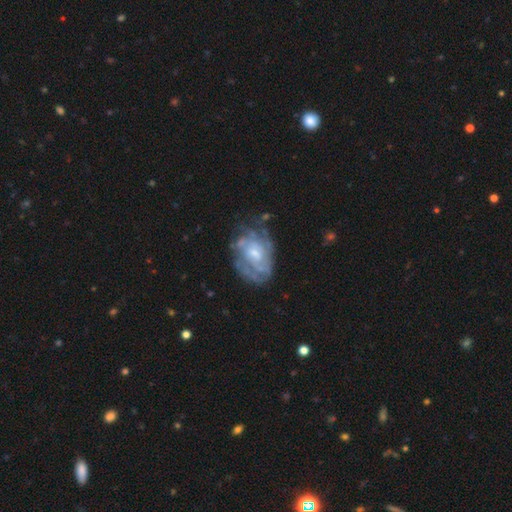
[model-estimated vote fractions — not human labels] This is likely a featured or disk galaxy (68%). It is clearly not viewed edge-on (96%). Bar: likely no (71%). Spiral arm pattern: likely yes (76%). Spiral arm count: possibly can't tell (53%). Spiral winding: possibly tight (58%). Central bulge: possibly moderate (52%). Merging: likely none (67%).